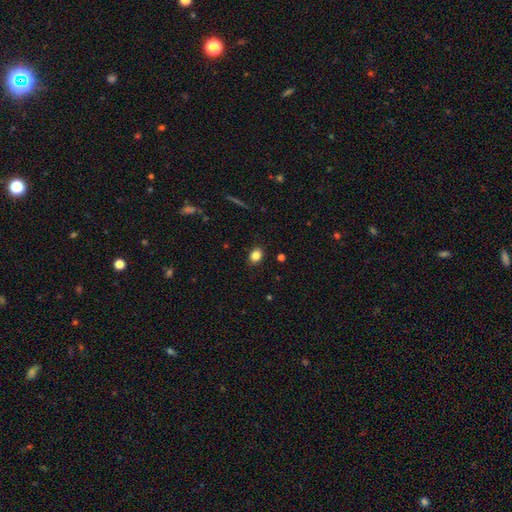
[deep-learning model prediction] This appears to be a smooth galaxy with no disk features (84%) that is in between round and cigar-shaped (54%). Merging: none (87%).